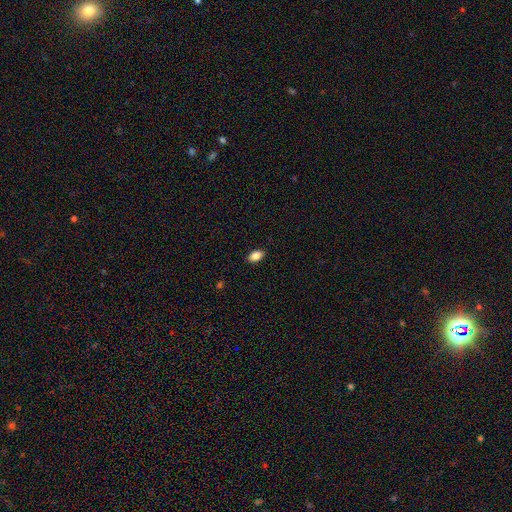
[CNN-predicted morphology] A smooth galaxy with no disk features (86%) that is in between round and cigar-shaped (88%).

Vote fractions:
- Smooth or featured? smooth: 86% / star or artifact: 9% / featured or disk: 6%
- How rounded? in between: 88% / round: 10% / cigar-shaped: 2%
- Merging? none: 89% / minor disturbance: 9% / major disturbance: 2% / merger: 1%